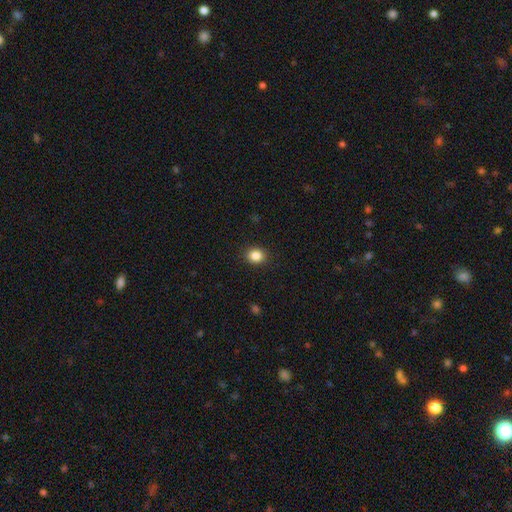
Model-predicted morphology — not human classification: This appears to be a smooth galaxy with no disk features (86%) that is round (64%). Merging: none (91%).